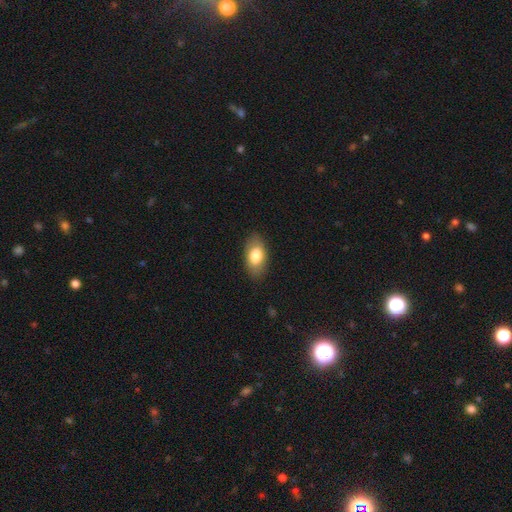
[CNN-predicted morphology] A smooth galaxy with no disk features (78%) that is in between round and cigar-shaped (92%). Merging: none (85%).